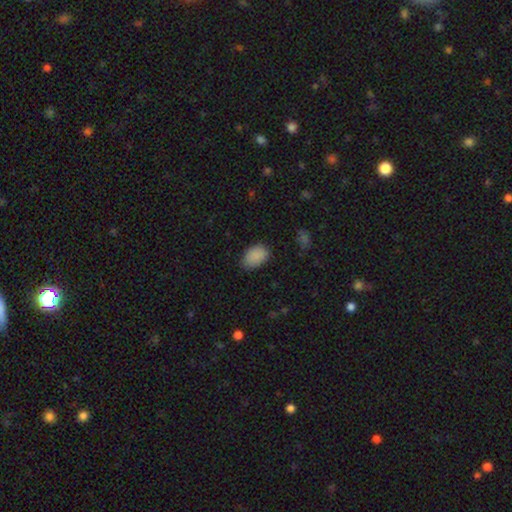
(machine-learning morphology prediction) Overall: smooth (88%). How rounded: in between (86%). Merging: none (74%).